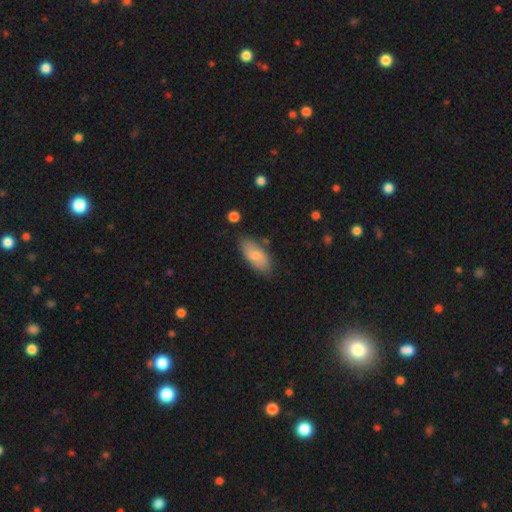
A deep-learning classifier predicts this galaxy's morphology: smooth-or-featured: smooth: 75% | featured or disk: 19% | star or artifact: 6%
  how-rounded: in between: 89% | cigar-shaped: 9% | round: 2%
  merging: none: 75% | minor disturbance: 18% | major disturbance: 4% | merger: 3%